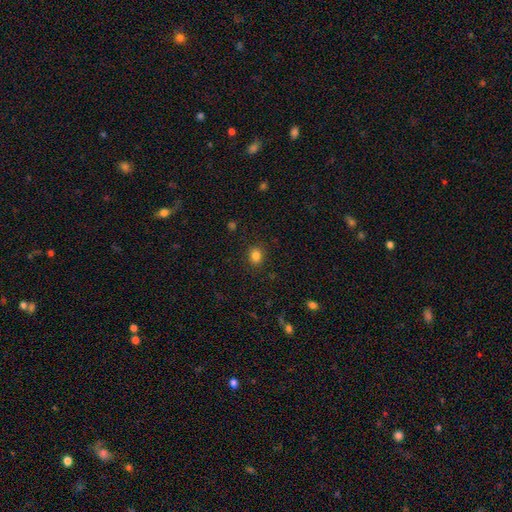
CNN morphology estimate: Smooth or featured?
  - smooth: 84% *
  - star or artifact: 12%
  - featured or disk: 4%
How rounded?
  - round: 55% *
  - in between: 44%
  - cigar-shaped: 1%
Merging?
  - none: 88% *
  - minor disturbance: 9%
  - major disturbance: 3%
  - merger: 1%